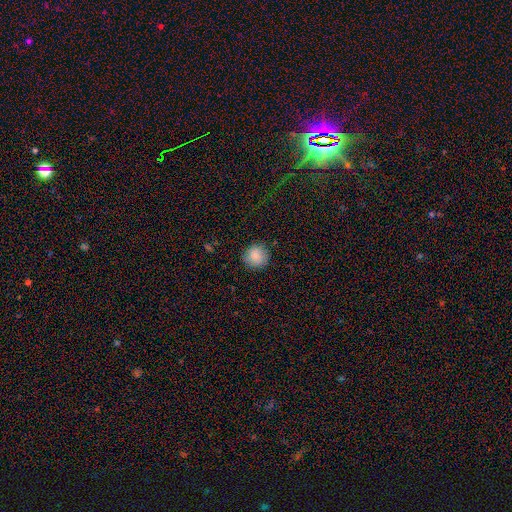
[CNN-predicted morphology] smooth_or_featured: smooth (p=0.87) [alt: star or artifact p=0.08]
how_rounded: round (p=0.92) [alt: in between p=0.07]
merging: none (p=0.87) [alt: minor disturbance p=0.09]